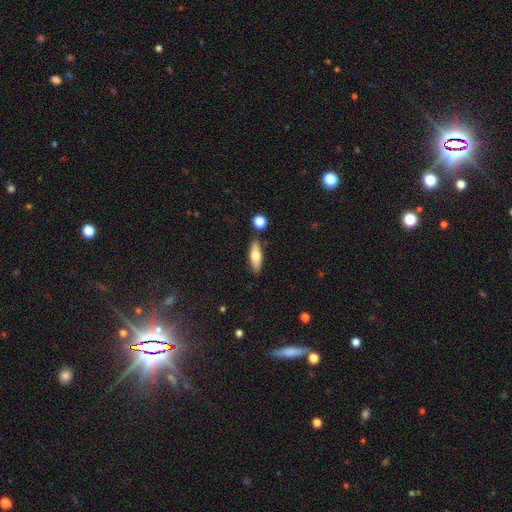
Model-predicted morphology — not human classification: Smooth or featured: smooth — 66% (featured or disk — 28%)
How rounded: in between — 55% (cigar-shaped — 42%)
Merging: none — 83% (minor disturbance — 10%)